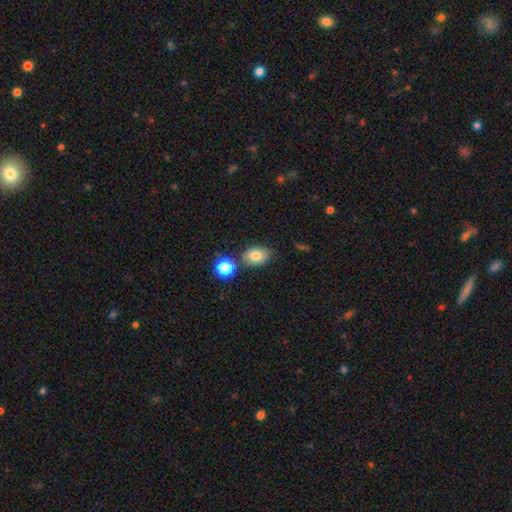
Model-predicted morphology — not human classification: This appears to be a smooth galaxy with no disk features (80%) that is in between round and cigar-shaped (80%). Merging: none (71%).